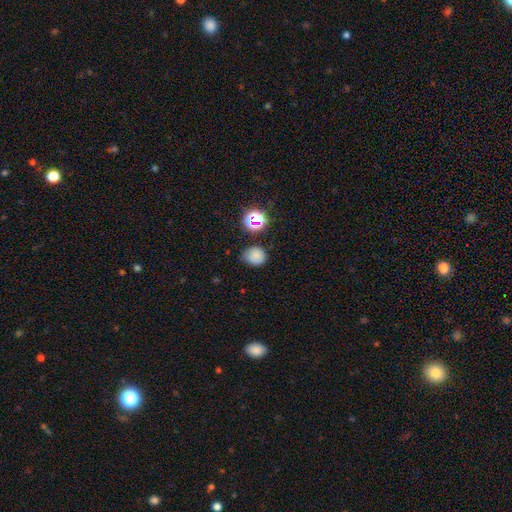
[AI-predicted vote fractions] Q: Smooth or featured?
A: smooth (76%); runner-up: star or artifact (17%)
Q: How rounded?
A: round (71%); runner-up: in between (28%)
Q: Merging?
A: none (71%); runner-up: minor disturbance (21%)